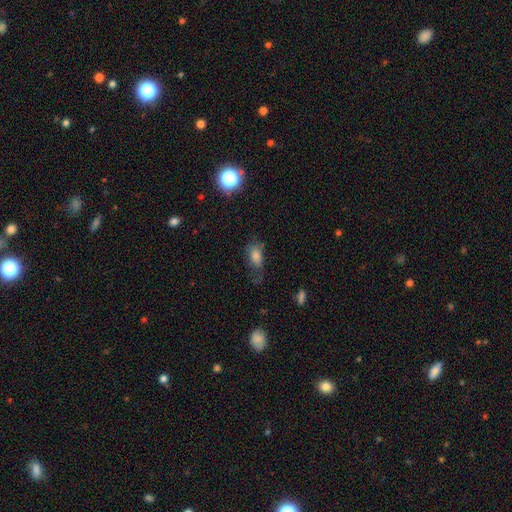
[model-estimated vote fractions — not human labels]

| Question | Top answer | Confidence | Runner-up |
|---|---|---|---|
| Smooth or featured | smooth | 71% | featured or disk (16%) |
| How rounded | in between | 85% | round (9%) |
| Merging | none | 42% | minor disturbance (28%) |